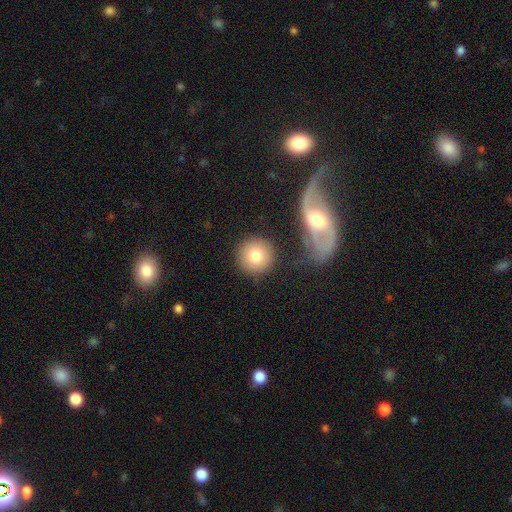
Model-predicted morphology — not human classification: smooth-or-featured: smooth: 79% | featured or disk: 12% | star or artifact: 8%
  how-rounded: round: 93% | in between: 5% | cigar-shaped: 1%
  merging: none: 83% | minor disturbance: 8% | merger: 6% | major disturbance: 3%